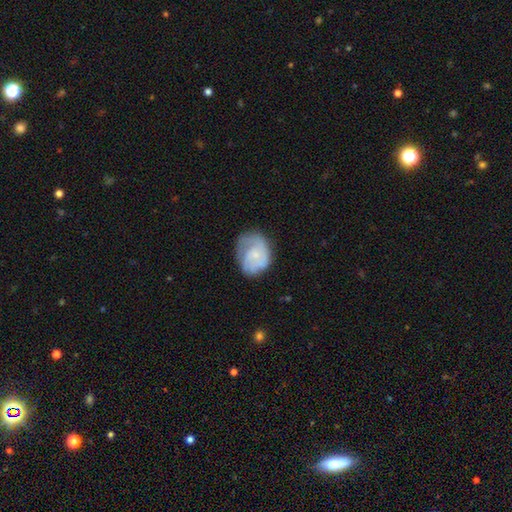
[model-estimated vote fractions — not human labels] A featured or disk galaxy (60%) with no bar (74%), spiral arms (86%) and a small central bulge (56%).

Vote fractions:
- Smooth or featured? featured or disk: 60% / smooth: 34% / star or artifact: 7%
- Edge-on disk? no: 98% / yes: 2%
- Bar? no: 74% / weak: 23% / strong: 3%
- Spiral arms? yes: 86% / no: 14%
- Bulge size? small: 56% / moderate: 22% / none: 19% / large: 2% / dominant: 1%
- Merging? none: 54% / minor disturbance: 28% / major disturbance: 16% / merger: 2%